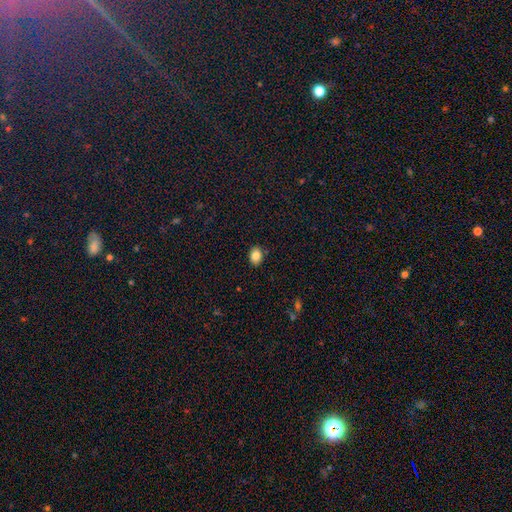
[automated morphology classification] smooth_or_featured: smooth (p=0.85) [alt: star or artifact p=0.09]
how_rounded: in between (p=0.70) [alt: round p=0.29]
merging: none (p=0.87) [alt: minor disturbance p=0.09]